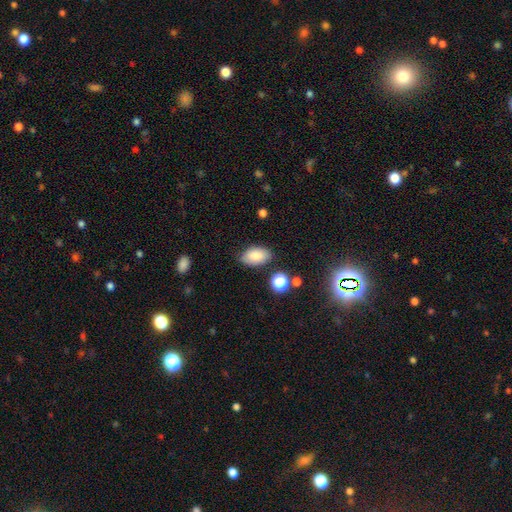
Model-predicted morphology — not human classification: Overall: smooth (84%). How rounded: in between (92%). Merging: none (79%).